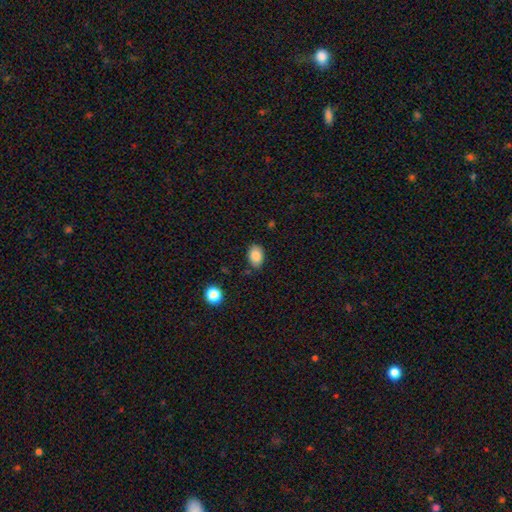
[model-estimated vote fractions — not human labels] Smooth or featured: smooth — 87% (star or artifact — 9%)
How rounded: in between — 81% (round — 18%)
Merging: none — 78% (minor disturbance — 16%)